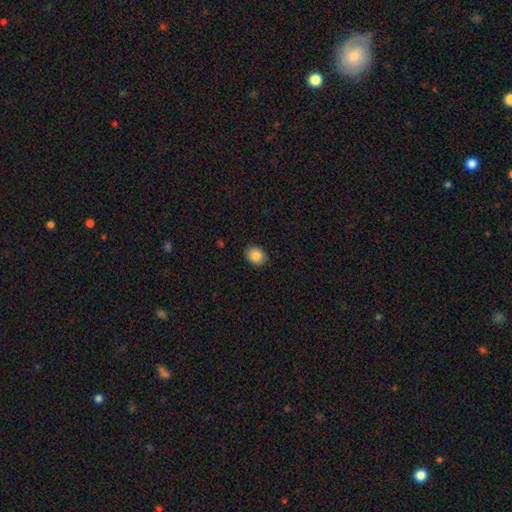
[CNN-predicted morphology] Overall: smooth (85%). How rounded: round (61%; in between 38%). Merging: none (90%).